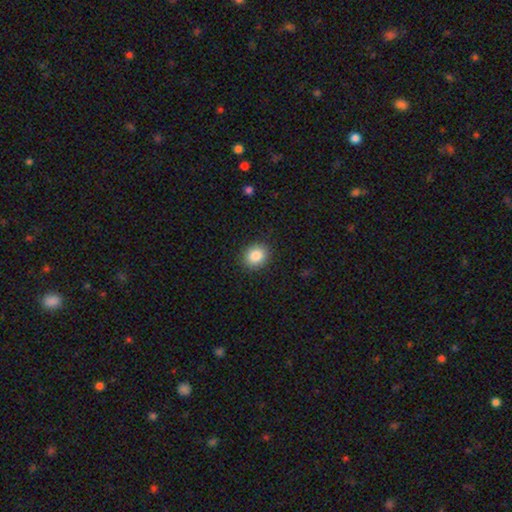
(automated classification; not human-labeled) Smooth or featured: smooth — 87% (star or artifact — 9%)
How rounded: round — 61% (in between — 38%)
Merging: none — 89% (minor disturbance — 8%)